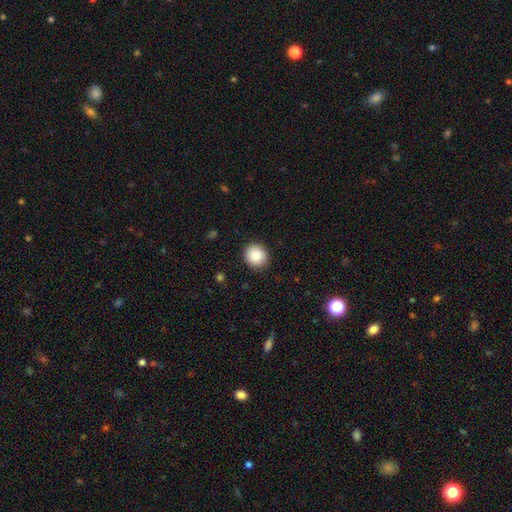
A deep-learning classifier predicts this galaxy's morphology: Smooth or featured? smooth (87%)
How rounded? round (84%)
Merging? none (91%)